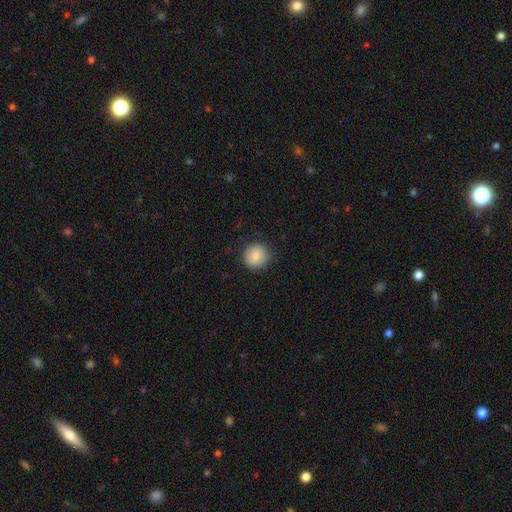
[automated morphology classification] smooth-or-featured: smooth: 84% | star or artifact: 8% | featured or disk: 7%
  how-rounded: round: 92% | in between: 7% | cigar-shaped: 1%
  merging: none: 88% | minor disturbance: 9% | major disturbance: 3% | merger: 1%